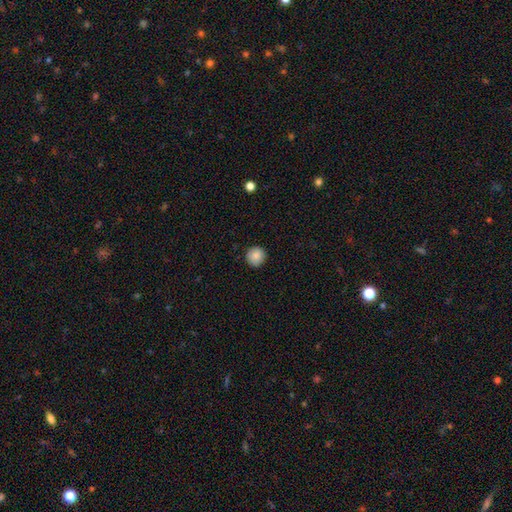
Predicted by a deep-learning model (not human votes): Q: Smooth or featured?
A: smooth (87%); runner-up: star or artifact (8%)
Q: How rounded?
A: round (95%); runner-up: in between (5%)
Q: Merging?
A: none (91%); runner-up: minor disturbance (7%)